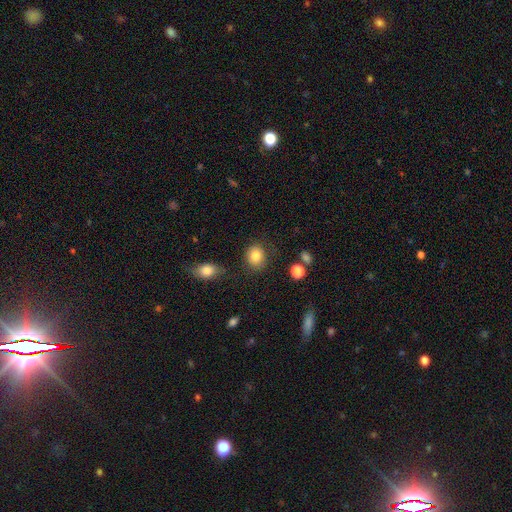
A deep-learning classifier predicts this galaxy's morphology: smooth 84%, star or artifact 9%, featured or disk 7%. Down the decision tree: how rounded — round (69%); merging — none (81%).